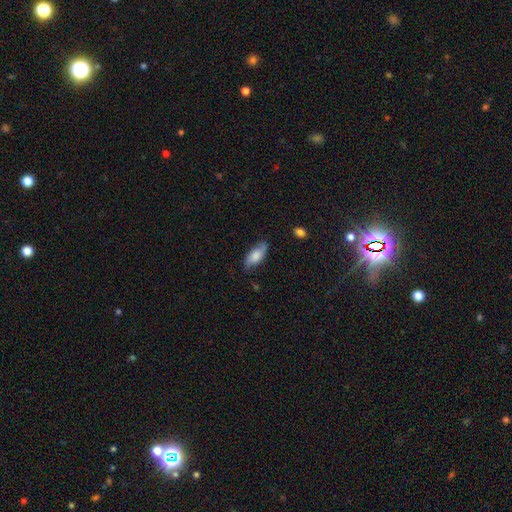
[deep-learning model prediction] This appears to be a smooth galaxy with no disk features (73%) that is in between round and cigar-shaped (86%). Merging: none (69%).